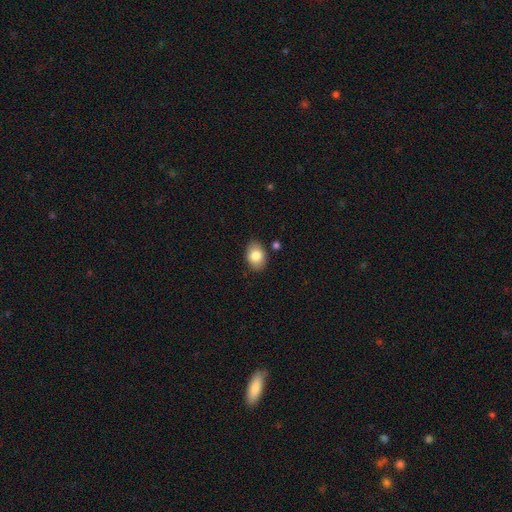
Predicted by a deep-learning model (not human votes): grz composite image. It shows a smooth galaxy with no disk features (82%) that is in between round and cigar-shaped (78%). Merging: none (84%).